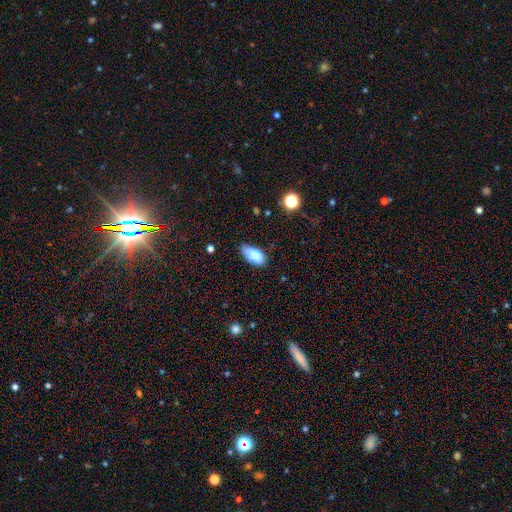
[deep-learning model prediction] Smooth or featured? smooth (83%)
How rounded? in between (88%)
Merging? none (53%)